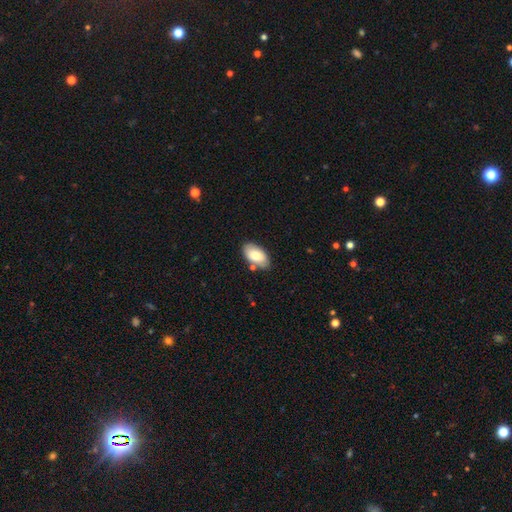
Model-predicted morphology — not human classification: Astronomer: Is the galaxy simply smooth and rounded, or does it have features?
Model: smooth — 80%.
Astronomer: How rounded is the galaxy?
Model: in between — 95%.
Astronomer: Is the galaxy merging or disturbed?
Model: none — 77%.